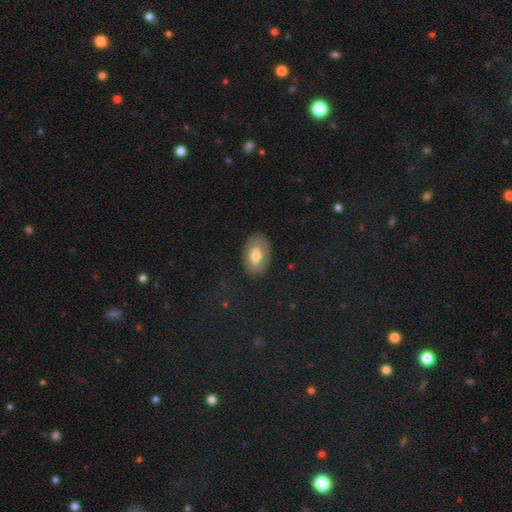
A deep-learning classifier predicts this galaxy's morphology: smooth_or_featured: smooth (p=0.57) [alt: featured or disk p=0.35]
how_rounded: in between (p=0.89) [alt: round p=0.09]
merging: none (p=0.83) [alt: minor disturbance p=0.12]